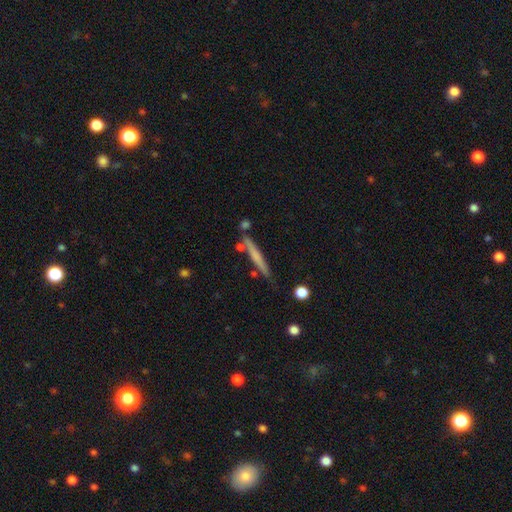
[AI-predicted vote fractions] A smooth galaxy with no disk features (52%) that is cigar-shaped (95%).

Vote fractions:
- Smooth or featured? smooth: 52% / featured or disk: 42% / star or artifact: 6%
- How rounded? cigar-shaped: 95% / in between: 3% / round: 2%
- Merging? none: 77% / minor disturbance: 13% / merger: 7% / major disturbance: 3%